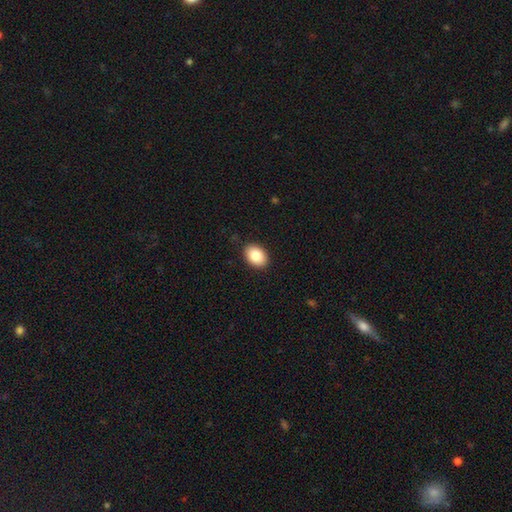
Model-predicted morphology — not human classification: smooth_or_featured: smooth (p=0.85) [alt: star or artifact p=0.08]
how_rounded: in between (p=0.81) [alt: round p=0.18]
merging: none (p=0.89) [alt: minor disturbance p=0.08]